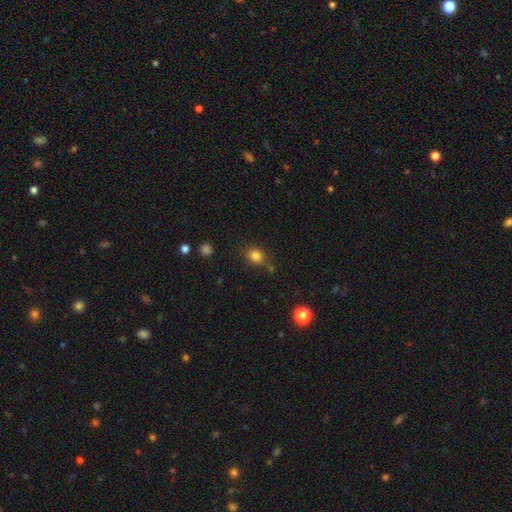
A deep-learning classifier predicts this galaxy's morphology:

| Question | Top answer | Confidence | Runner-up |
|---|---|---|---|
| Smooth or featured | smooth | 82% | star or artifact (12%) |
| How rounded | round | 69% | in between (30%) |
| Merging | none | 73% | minor disturbance (16%) |